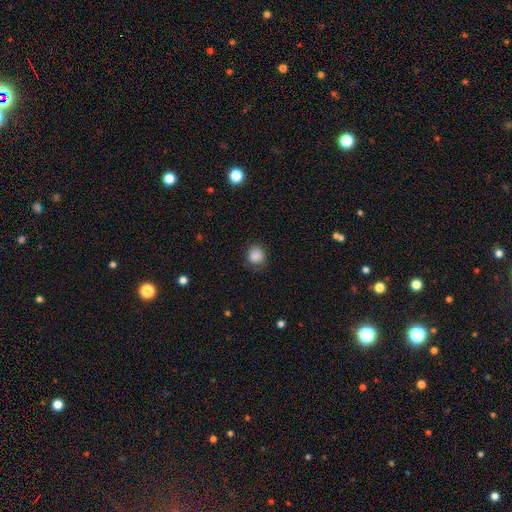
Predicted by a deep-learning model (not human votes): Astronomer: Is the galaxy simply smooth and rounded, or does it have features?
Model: smooth — 87%.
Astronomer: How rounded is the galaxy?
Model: round — 84%.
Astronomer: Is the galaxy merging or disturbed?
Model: none — 76%.